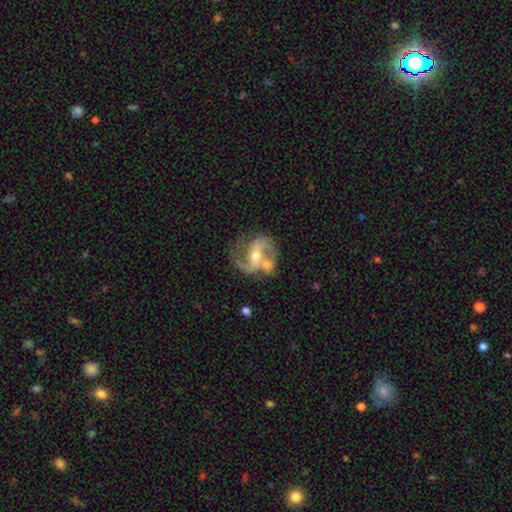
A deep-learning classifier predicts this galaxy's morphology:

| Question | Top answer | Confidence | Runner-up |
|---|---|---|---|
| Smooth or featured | featured or disk | 88% | smooth (6%) |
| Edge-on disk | no | 98% | yes (2%) |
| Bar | weak | 38% | strong (35%) |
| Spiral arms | yes | 96% | no (4%) |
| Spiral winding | medium | 55% | loose (31%) |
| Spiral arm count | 2 | 89% | 3 (3%) |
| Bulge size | moderate | 64% | small (31%) |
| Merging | none | 57% | merger (18%) |